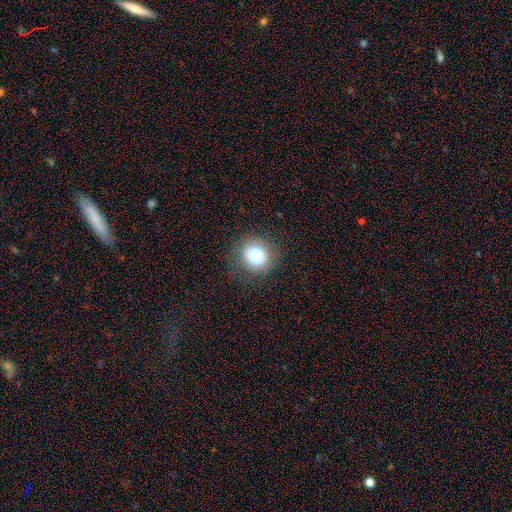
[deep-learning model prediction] Smooth or featured?
  - smooth: 80% *
  - star or artifact: 12%
  - featured or disk: 8%
How rounded?
  - round: 88% *
  - in between: 11%
  - cigar-shaped: 1%
Merging?
  - none: 86% *
  - minor disturbance: 9%
  - major disturbance: 4%
  - merger: 1%